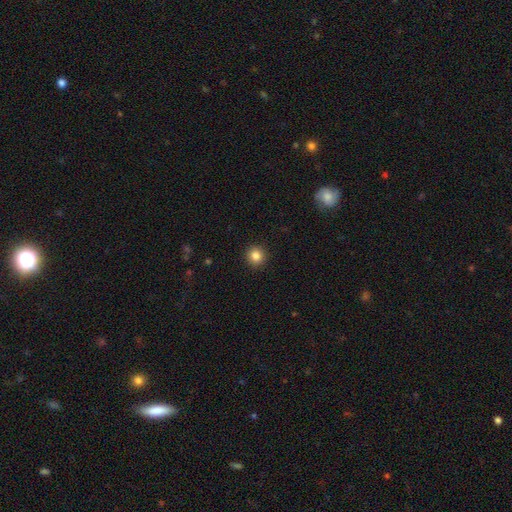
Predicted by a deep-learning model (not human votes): Smooth or featured?
  - smooth: 84% *
  - star or artifact: 10%
  - featured or disk: 5%
How rounded?
  - round: 94% *
  - in between: 6%
  - cigar-shaped: 1%
Merging?
  - none: 92% *
  - minor disturbance: 5%
  - major disturbance: 2%
  - merger: 1%